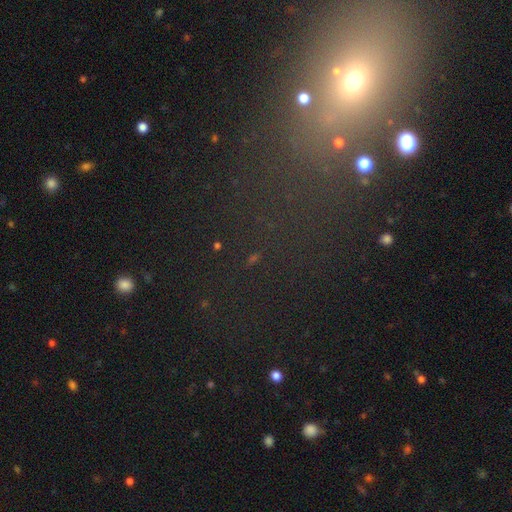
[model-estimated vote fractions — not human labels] Smooth or featured? star or artifact (54%)